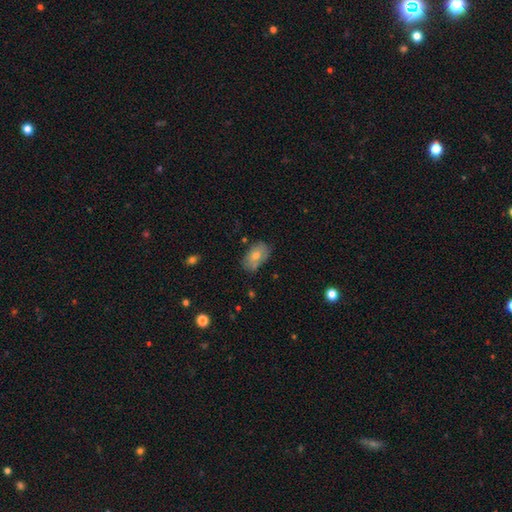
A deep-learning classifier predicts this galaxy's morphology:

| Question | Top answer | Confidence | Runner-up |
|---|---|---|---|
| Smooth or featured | smooth | 62% | featured or disk (29%) |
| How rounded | in between | 89% | round (9%) |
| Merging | none | 70% | minor disturbance (22%) |